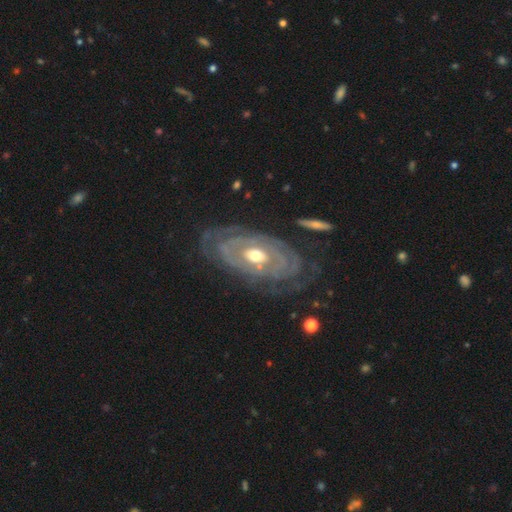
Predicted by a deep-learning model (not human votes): Smooth or featured: featured or disk — 86% (smooth — 10%)
Edge-on disk: no — 94% (yes — 6%)
Bar: no — 73% (weak — 19%)
Spiral arms: yes — 86% (no — 14%)
Spiral winding: tight — 75% (medium — 18%)
Spiral arm count: can't tell — 40% (2 — 28%)
Bulge size: moderate — 68% (small — 20%)
Merging: none — 70% (minor disturbance — 17%)